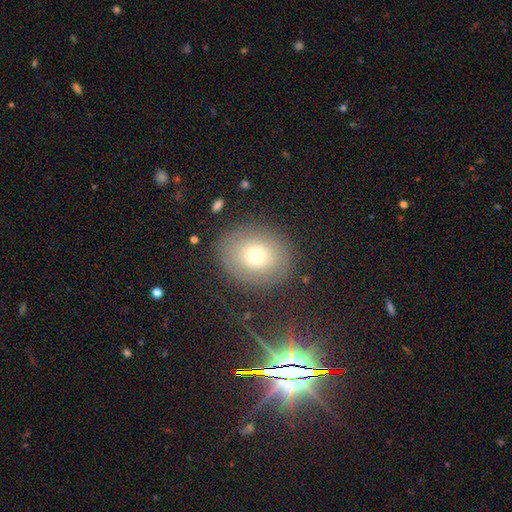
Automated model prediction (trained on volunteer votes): smooth_or_featured: smooth (p=0.63) [alt: featured or disk p=0.22]
how_rounded: round (p=0.64) [alt: in between p=0.35]
merging: none (p=0.83) [alt: minor disturbance p=0.11]